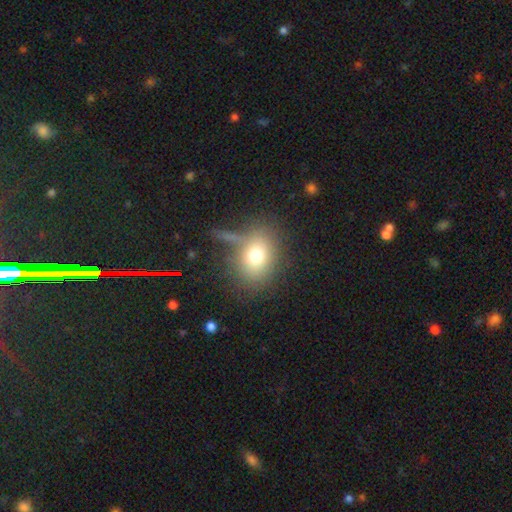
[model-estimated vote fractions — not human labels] Smooth or featured? smooth (73%)
How rounded? round (52%)
Merging? none (63%)